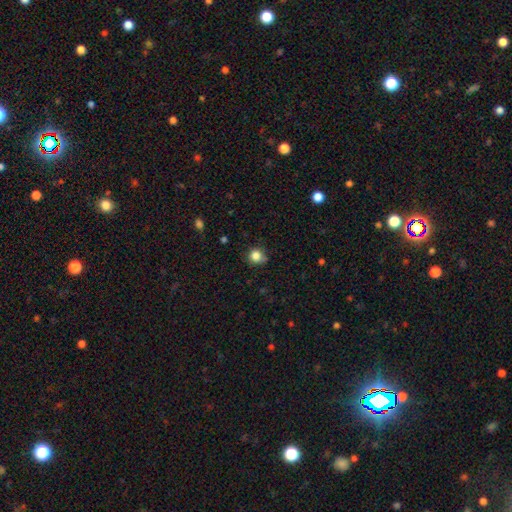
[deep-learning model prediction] Morphology: type=smooth (84%); roundness=round (88%); merging=none (71%).